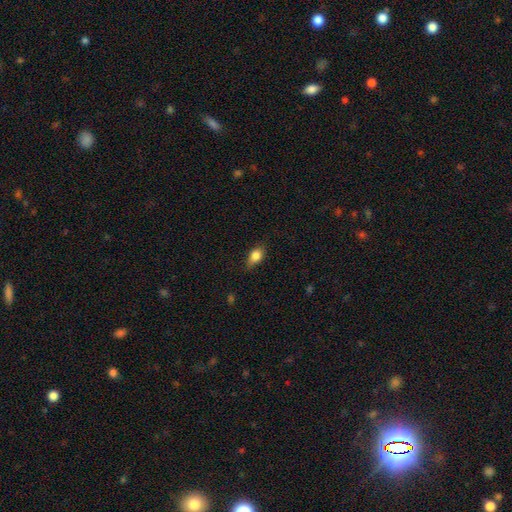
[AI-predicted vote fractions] Morphology: type=smooth (80%); roundness=in between (75%); merging=none (71%).